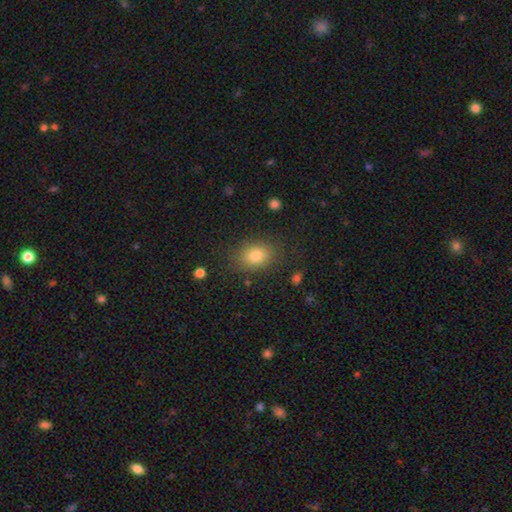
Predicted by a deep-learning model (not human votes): Overall: smooth (80%). How rounded: in between (71%). Merging: none (83%).